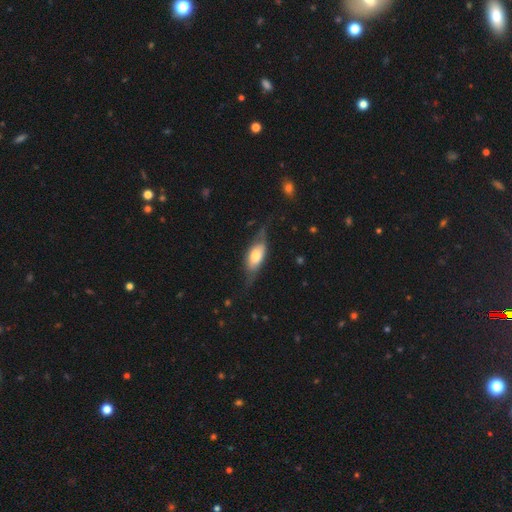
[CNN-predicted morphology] smooth_or_featured: smooth (p=0.54) [alt: featured or disk p=0.40]
how_rounded: in between (p=0.76) [alt: cigar-shaped p=0.21]
merging: none (p=0.57) [alt: minor disturbance p=0.28]